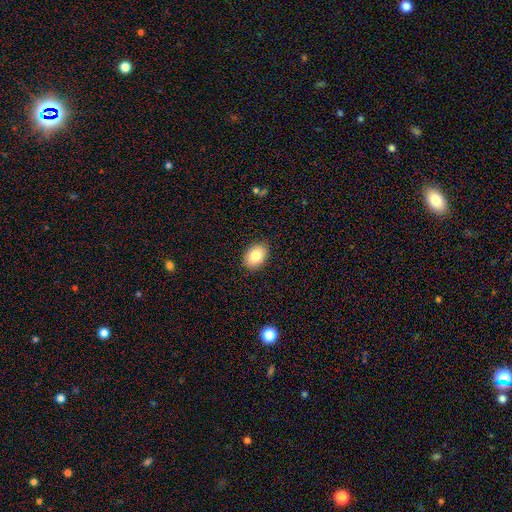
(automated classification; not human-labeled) smooth_or_featured: smooth (p=0.83) [alt: featured or disk p=0.09]
how_rounded: in between (p=0.78) [alt: round p=0.21]
merging: none (p=0.89) [alt: minor disturbance p=0.08]